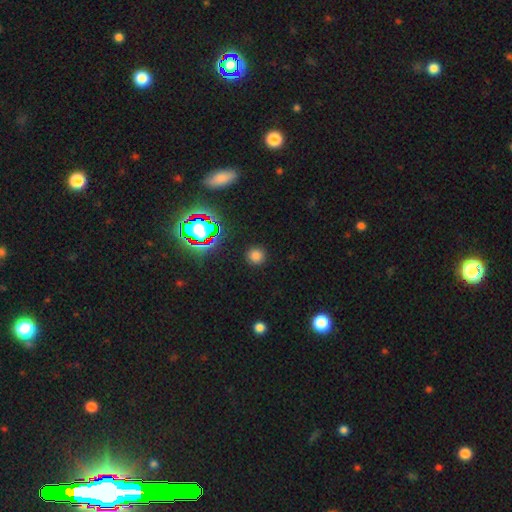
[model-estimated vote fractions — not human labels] Morphology: type=smooth (72%); roundness=round (93%); merging=none (89%).